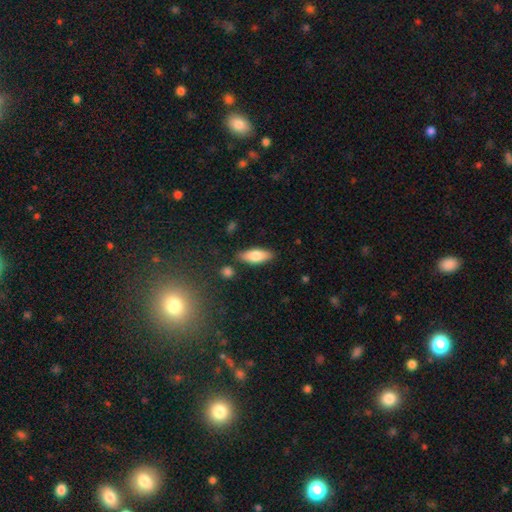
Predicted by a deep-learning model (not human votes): smooth 74%, featured or disk 20%, star or artifact 6%. Down the decision tree: how rounded — in between (72%); merging — none (83%).